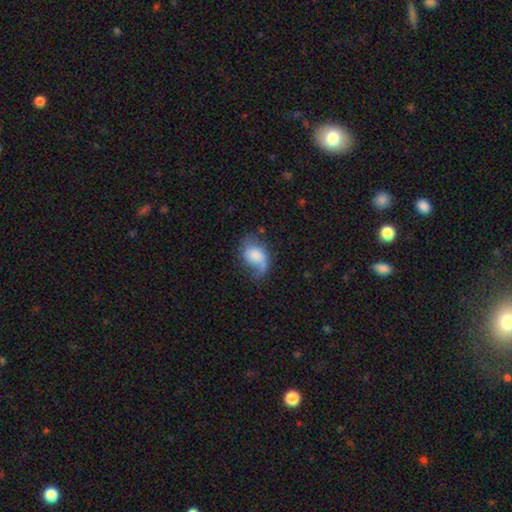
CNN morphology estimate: smooth 48%, featured or disk 44%, star or artifact 8%. Down the decision tree: merging — none (39%).